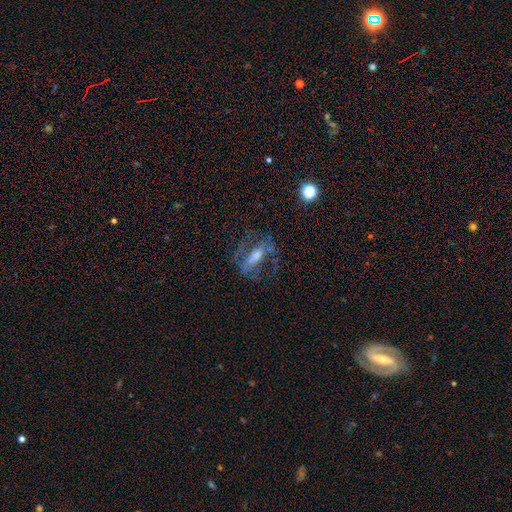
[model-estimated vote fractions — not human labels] Smooth or featured? featured or disk (62%)
Edge-on disk? no (78%)
Merging? none (58%)